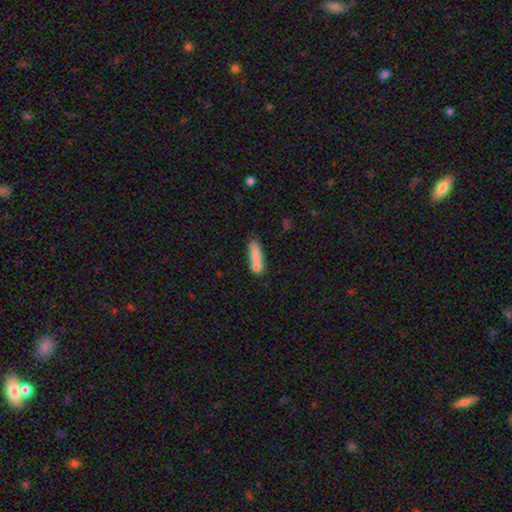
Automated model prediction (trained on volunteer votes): A smooth galaxy with no disk features (80%) that is cigar-shaped (55%). Merging: none (54%).